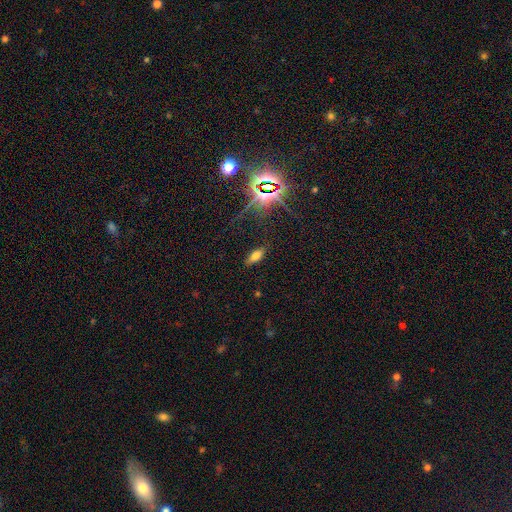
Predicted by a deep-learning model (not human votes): Smooth or featured? Predicted: smooth (p=0.62). How rounded? Predicted: in between (p=0.79). Merging? Predicted: none (p=0.85).